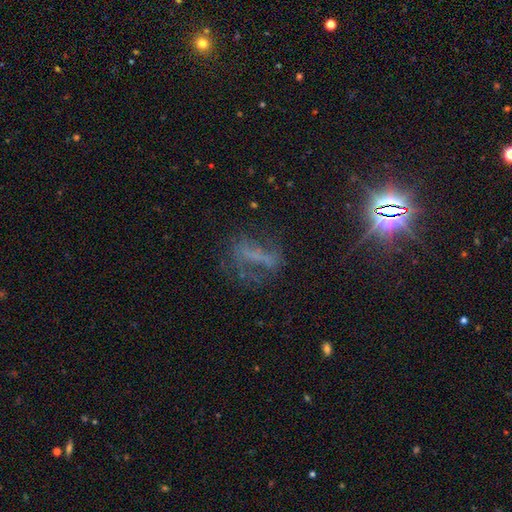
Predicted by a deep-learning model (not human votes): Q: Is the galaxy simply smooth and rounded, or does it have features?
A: star or artifact — 40%.